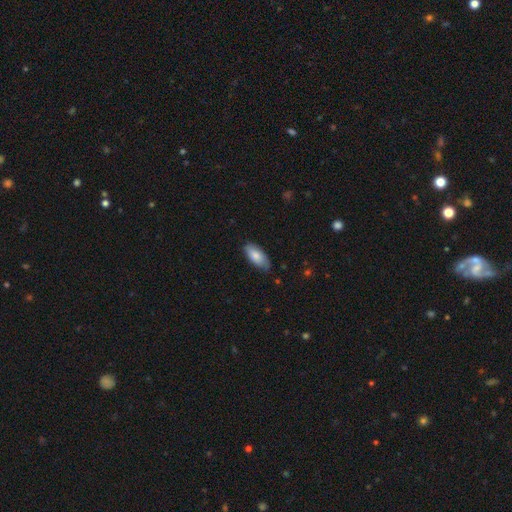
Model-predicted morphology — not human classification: The model was most divided on "merging": none: 76%, minor disturbance: 20%, major disturbance: 3%, merger: 1%. More confident: how rounded — in between (88%); smooth or featured — smooth (82%).